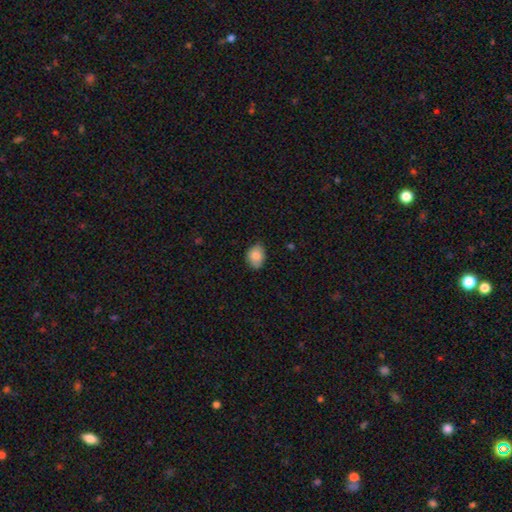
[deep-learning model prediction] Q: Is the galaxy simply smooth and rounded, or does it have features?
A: smooth — 81%.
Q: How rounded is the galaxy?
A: in between — 62%.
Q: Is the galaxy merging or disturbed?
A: none — 70%.